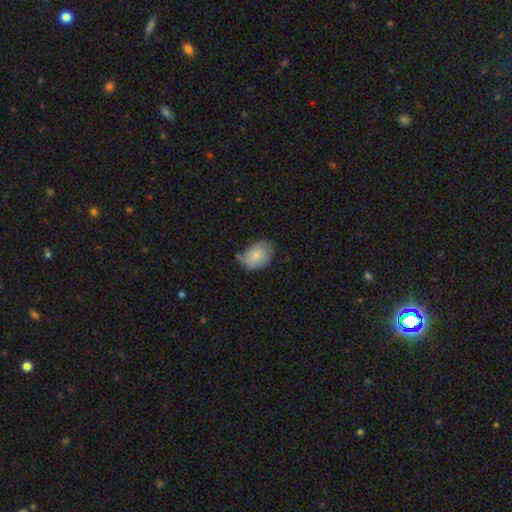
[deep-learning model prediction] This appears to be a smooth galaxy with no disk features (74%) that is in between round and cigar-shaped (78%). Merging: none (50%).